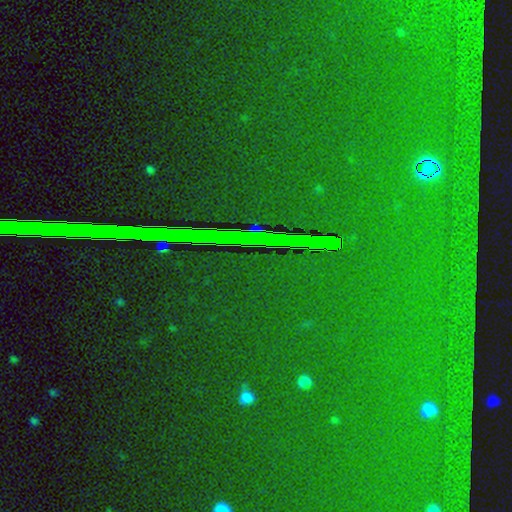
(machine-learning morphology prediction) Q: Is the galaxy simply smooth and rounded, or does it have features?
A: star or artifact — 84%.